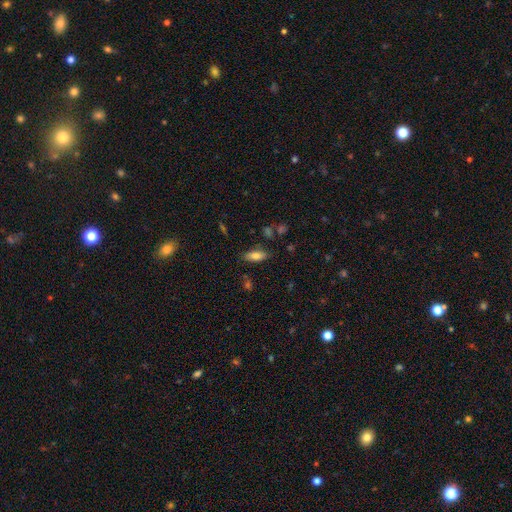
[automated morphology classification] smooth_or_featured: smooth (p=0.77) [alt: featured or disk p=0.15]
how_rounded: in between (p=0.80) [alt: cigar-shaped p=0.17]
merging: none (p=0.80) [alt: minor disturbance p=0.13]